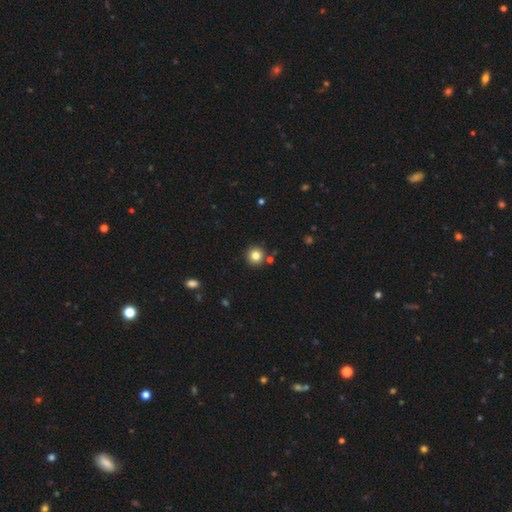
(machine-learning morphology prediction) Q: Smooth or featured?
A: smooth (82%); runner-up: star or artifact (12%)
Q: How rounded?
A: round (94%); runner-up: in between (5%)
Q: Merging?
A: none (87%); runner-up: minor disturbance (6%)